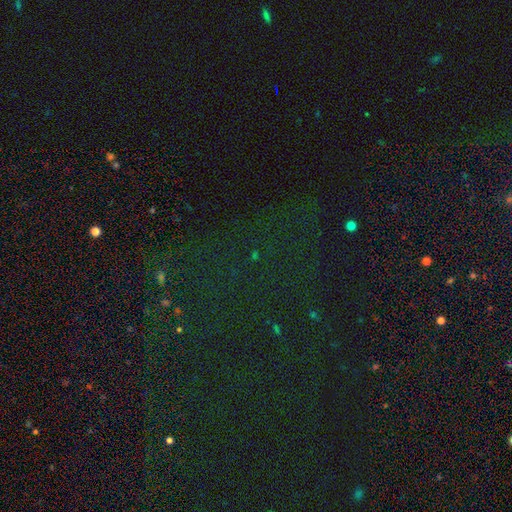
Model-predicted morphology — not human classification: Q: Smooth or featured?
A: star or artifact (78%); runner-up: smooth (14%)